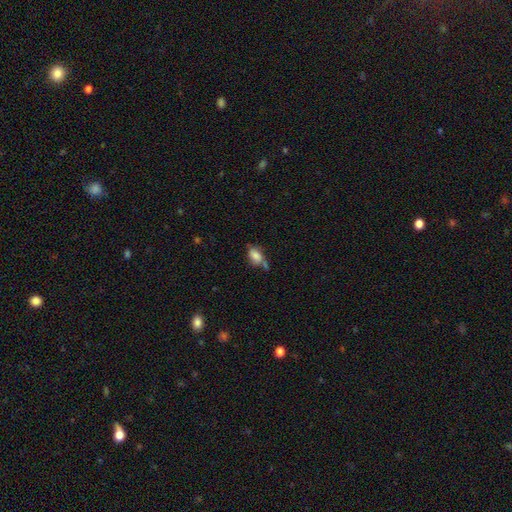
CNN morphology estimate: The model was most divided on "merging": none: 39%, minor disturbance: 26%, merger: 21%, major disturbance: 14%. More confident: how rounded — in between (86%); smooth or featured — smooth (76%).